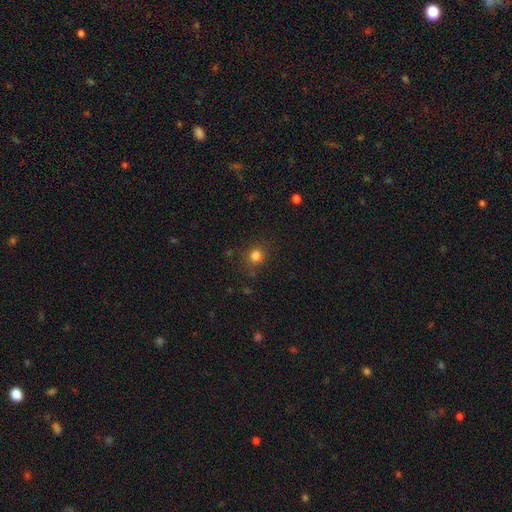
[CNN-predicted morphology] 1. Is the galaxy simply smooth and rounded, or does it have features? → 80% smooth, 15% star or artifact, 6% featured or disk.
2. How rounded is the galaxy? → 86% round, 13% in between, 1% cigar-shaped.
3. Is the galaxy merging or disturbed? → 82% none, 11% minor disturbance, 4% major disturbance, 3% merger.